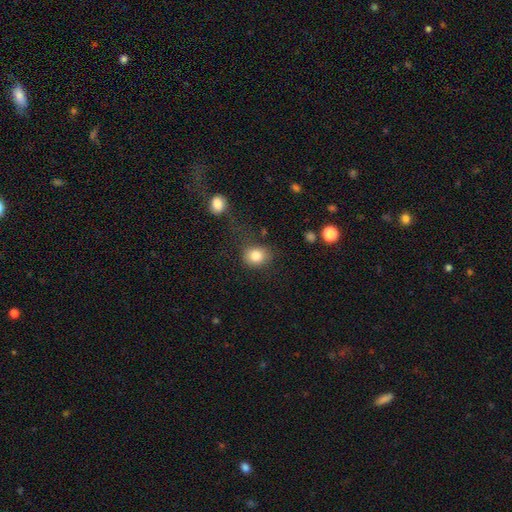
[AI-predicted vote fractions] The model was most divided on "how rounded": round: 65%, in between: 34%, cigar-shaped: 1%. More confident: smooth or featured — smooth (83%); merging — none (69%).